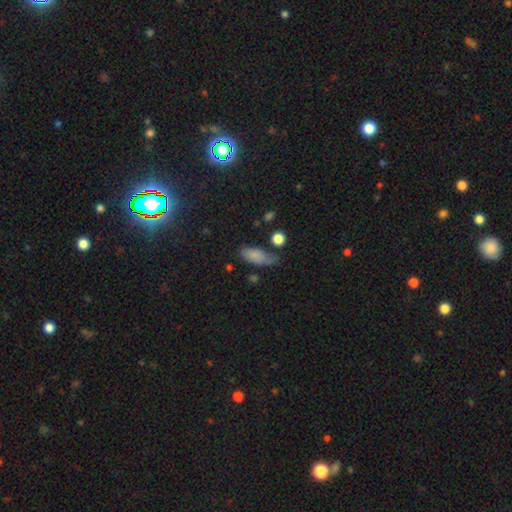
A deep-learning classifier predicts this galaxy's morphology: This is likely a smooth galaxy (80%). How rounded: clearly in between (80%). Merging: possibly none (52%).